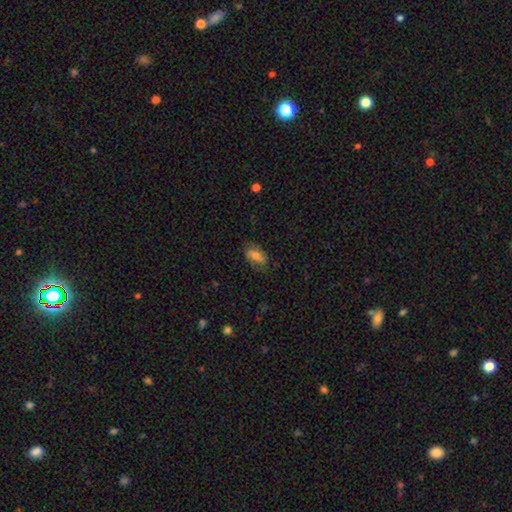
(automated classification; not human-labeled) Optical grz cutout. It shows a smooth galaxy with no disk features (63%) that is in between round and cigar-shaped (87%). Merging: none (71%).